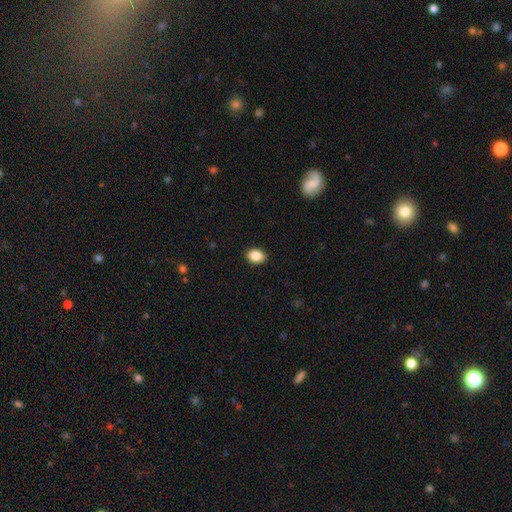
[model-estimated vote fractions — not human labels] Smooth or featured?
  - smooth: 88% *
  - star or artifact: 8%
  - featured or disk: 4%
How rounded?
  - in between: 70% *
  - round: 29%
  - cigar-shaped: 1%
Merging?
  - none: 90% *
  - minor disturbance: 7%
  - major disturbance: 2%
  - merger: 1%